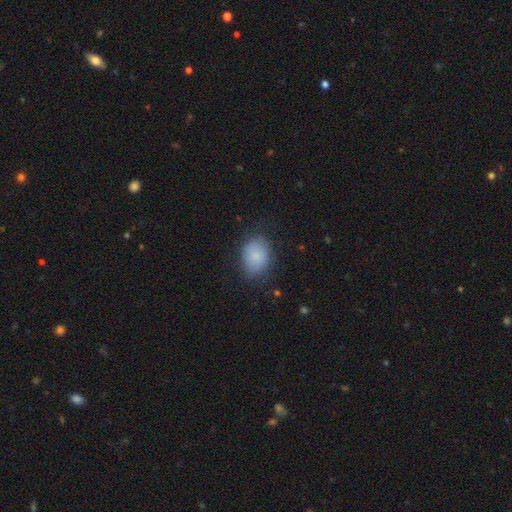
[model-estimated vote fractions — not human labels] smooth 85%, star or artifact 8%, featured or disk 7%. Down the decision tree: how rounded — in between (65%); merging — none (75%).